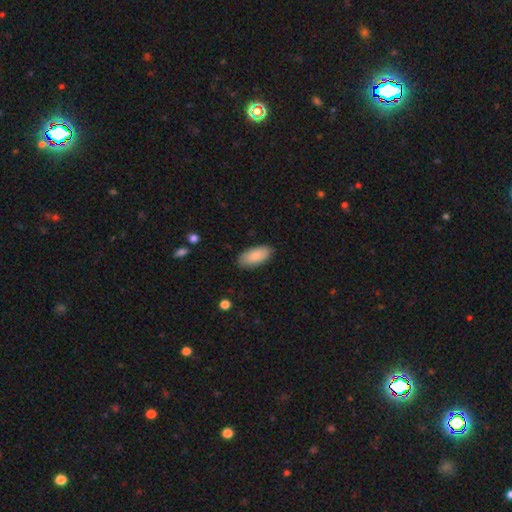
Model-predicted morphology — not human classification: Smooth or featured?
  - smooth: 87% *
  - featured or disk: 7%
  - star or artifact: 6%
How rounded?
  - in between: 92% *
  - cigar-shaped: 6%
  - round: 2%
Merging?
  - none: 86% *
  - minor disturbance: 11%
  - major disturbance: 2%
  - merger: 1%